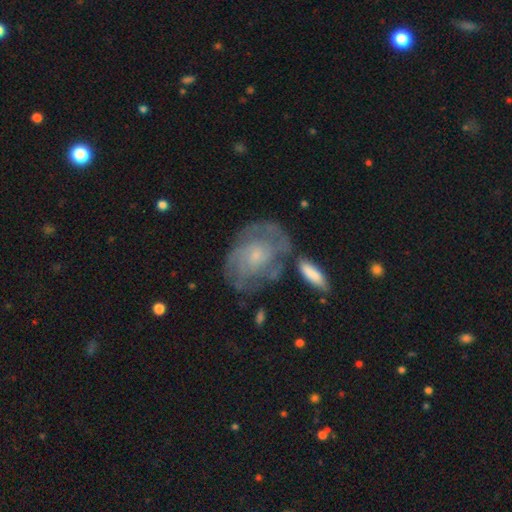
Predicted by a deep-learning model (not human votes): smooth-or-featured: featured or disk: 72% | smooth: 21% | star or artifact: 7%
  disk-edge-on: no: 96% | yes: 4%
    bar: no: 71% | weak: 25% | strong: 4%
    has-spiral-arms: yes: 84% | no: 16%
      spiral-winding: tight: 58% | medium: 31% | loose: 11%
      spiral-arm-count: can't tell: 51% | 2: 18% | 3: 13% | 4: 8% | 1: 5% | more than 4: 5%
    bulge-size: small: 69% | moderate: 21% | none: 7% | large: 2% | dominant: 1%
  merging: none: 58% | minor disturbance: 20% | major disturbance: 11% | merger: 11%